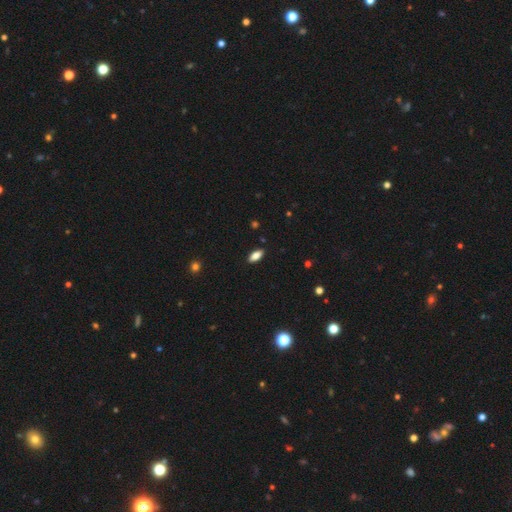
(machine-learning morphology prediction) Smooth or featured? Predicted: smooth (p=0.81). How rounded? Predicted: in between (p=0.84). Merging? Predicted: none (p=0.89).